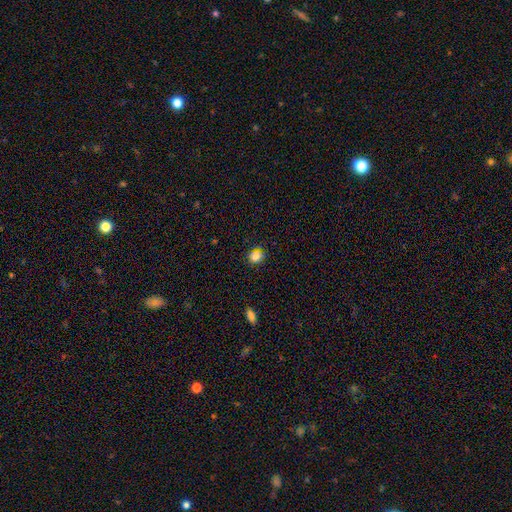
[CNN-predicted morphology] smooth 83%, star or artifact 12%, featured or disk 5%. Down the decision tree: how rounded — round (70%); merging — none (84%).